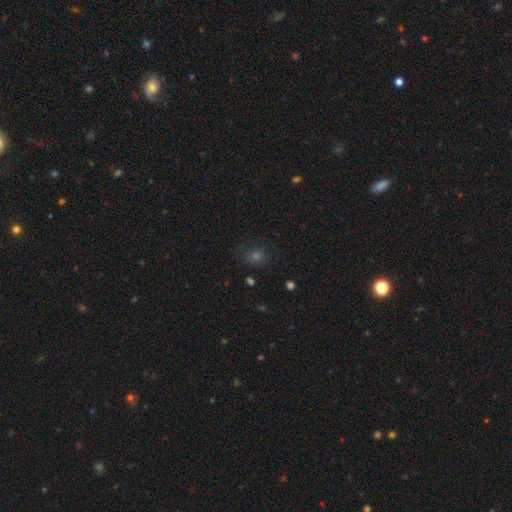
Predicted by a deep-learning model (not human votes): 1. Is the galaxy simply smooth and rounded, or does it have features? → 53% smooth, 35% star or artifact, 12% featured or disk.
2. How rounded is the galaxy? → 74% round, 24% in between, 1% cigar-shaped.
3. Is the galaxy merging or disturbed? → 80% none, 13% minor disturbance, 5% major disturbance, 2% merger.